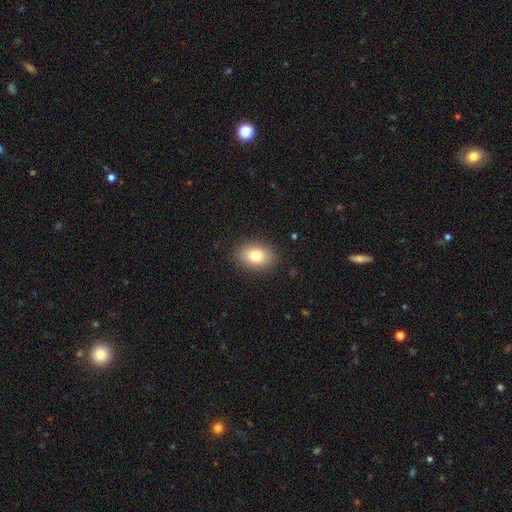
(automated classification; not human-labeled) smooth 81%, featured or disk 10%, star or artifact 9%. Down the decision tree: how rounded — in between (78%); merging — none (88%).